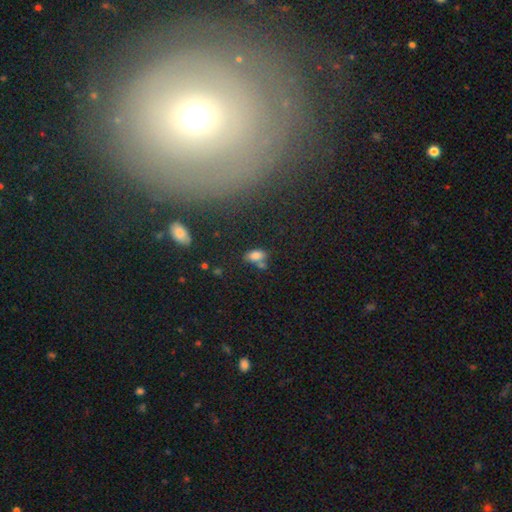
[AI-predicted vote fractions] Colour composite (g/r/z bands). It shows a smooth galaxy with no disk features (78%) that is in between round and cigar-shaped (88%). Merging: none (49%).